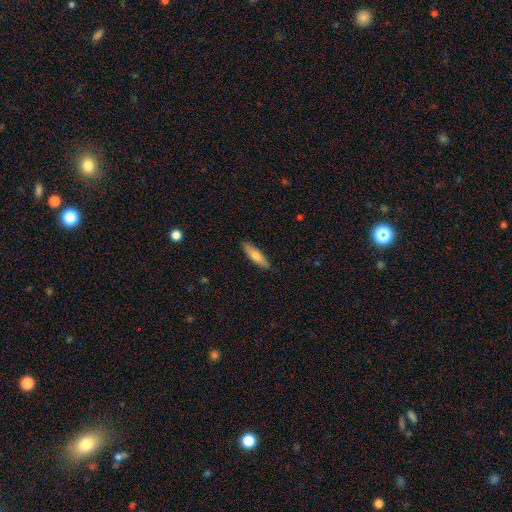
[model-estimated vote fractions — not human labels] Q: Smooth or featured?
A: smooth (70%); runner-up: featured or disk (24%)
Q: How rounded?
A: cigar-shaped (65%); runner-up: in between (33%)
Q: Merging?
A: none (89%); runner-up: minor disturbance (8%)